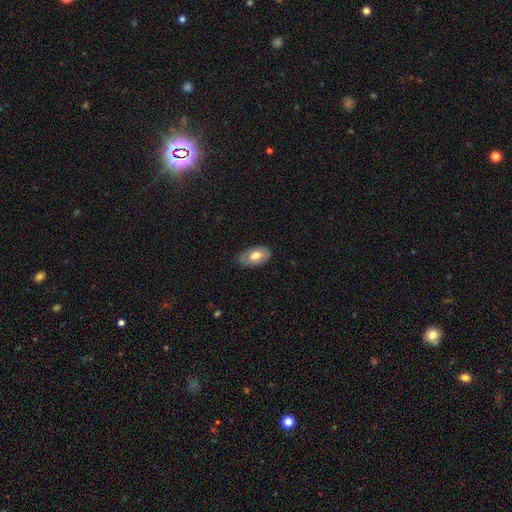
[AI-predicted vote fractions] This is likely a smooth galaxy (64%). How rounded: clearly in between (94%). Merging: clearly none (81%).